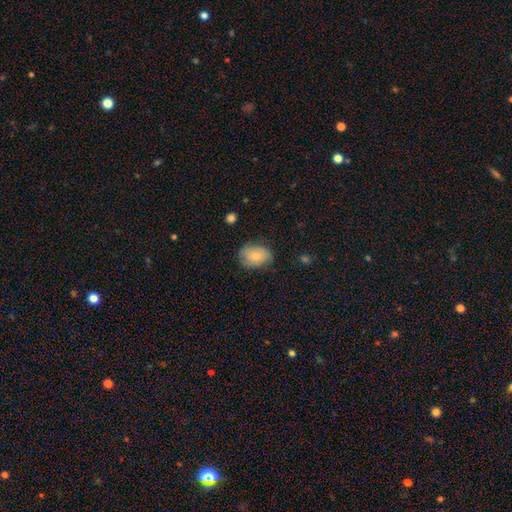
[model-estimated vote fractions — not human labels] The model was most divided on "merging": none: 75%, minor disturbance: 19%, major disturbance: 4%, merger: 1%. More confident: smooth or featured — smooth (81%); how rounded — in between (79%).